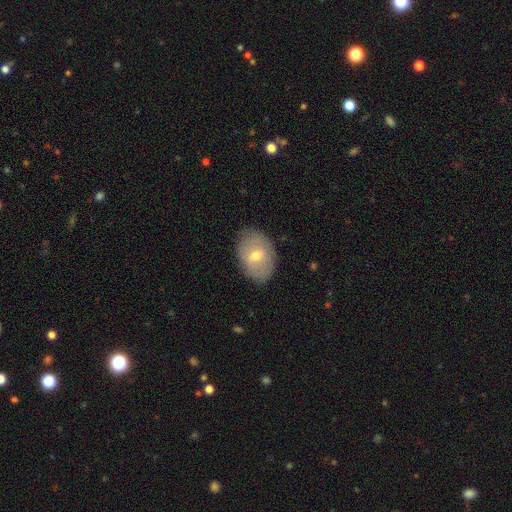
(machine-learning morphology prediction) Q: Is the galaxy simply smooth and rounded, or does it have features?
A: smooth — 60%.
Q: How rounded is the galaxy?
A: in between — 79%.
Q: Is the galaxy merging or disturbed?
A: none — 81%.